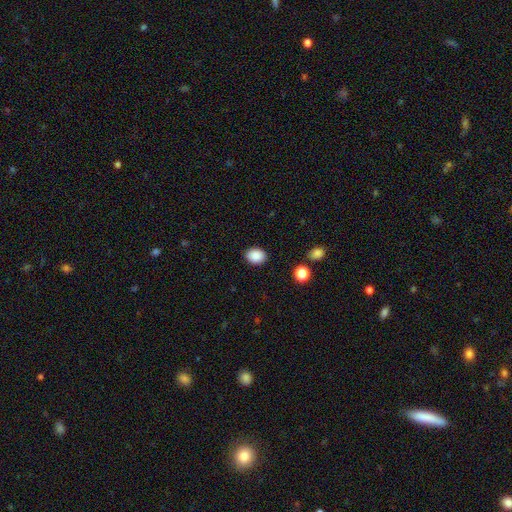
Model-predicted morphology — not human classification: smooth-or-featured: smooth: 88% | star or artifact: 9% | featured or disk: 3%
  how-rounded: in between: 59% | round: 40% | cigar-shaped: 1%
  merging: none: 88% | minor disturbance: 8% | major disturbance: 2% | merger: 1%